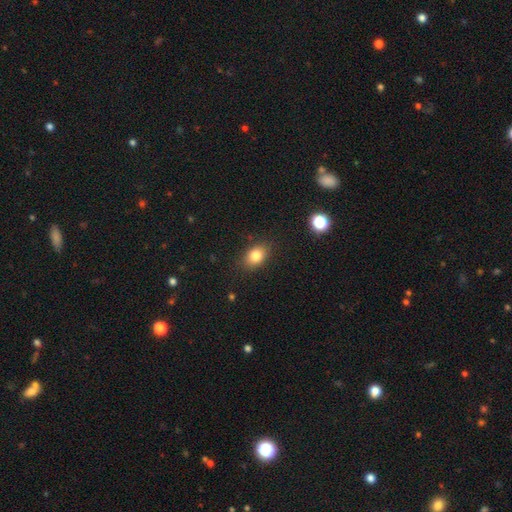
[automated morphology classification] Smooth or featured? smooth (82%)
How rounded? in between (76%)
Merging? none (85%)